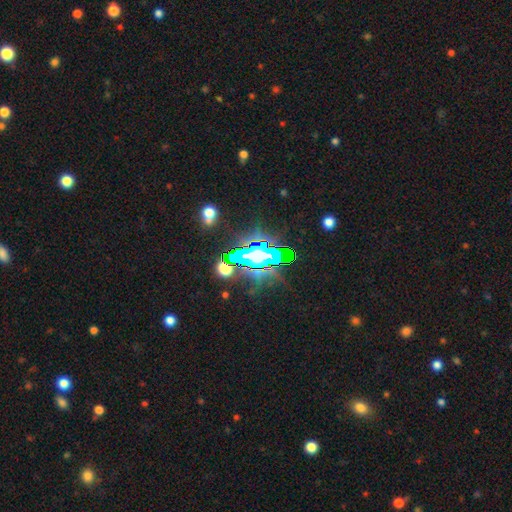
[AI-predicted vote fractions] Smooth or featured: star or artifact — 66% (smooth — 18%)